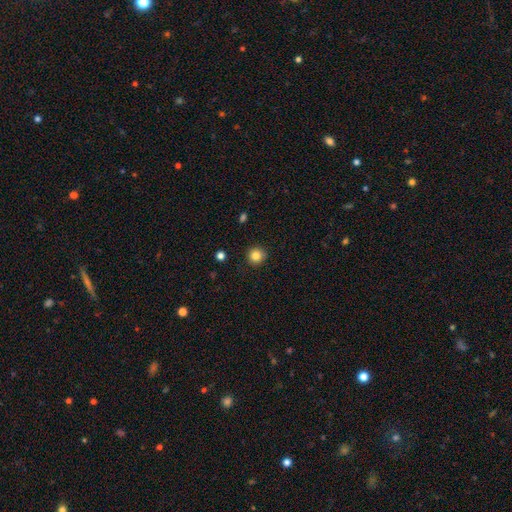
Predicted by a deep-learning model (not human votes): smooth 83%, star or artifact 11%, featured or disk 6%. Down the decision tree: how rounded — round (94%); merging — none (91%).